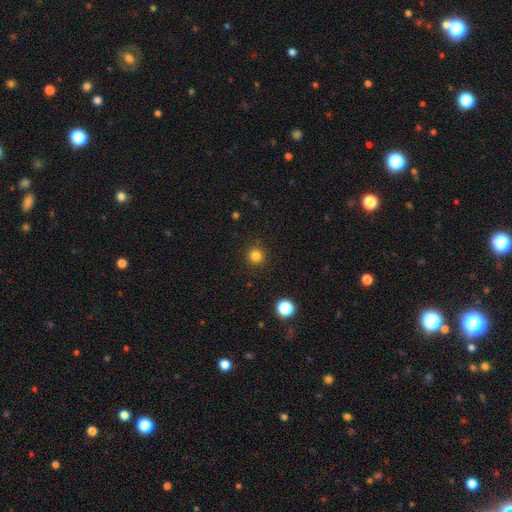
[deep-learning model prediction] Smooth or featured: smooth — 82% (star or artifact — 13%)
How rounded: round — 95% (in between — 4%)
Merging: none — 92% (minor disturbance — 5%)